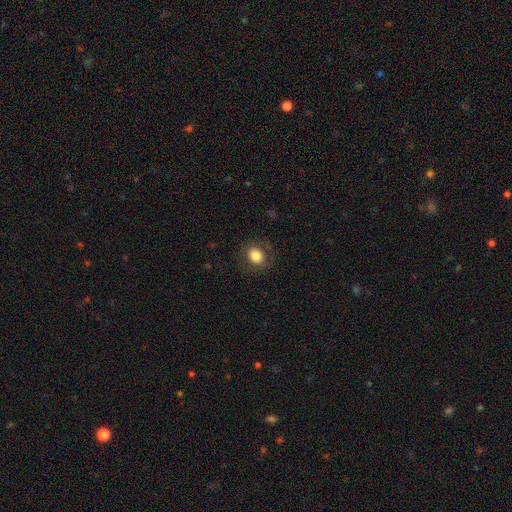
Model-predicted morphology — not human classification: type=smooth (80%); roundness=round (63%); merging=none (82%).